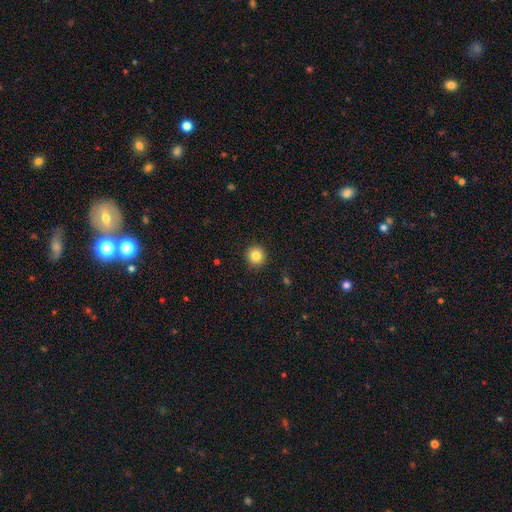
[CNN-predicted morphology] smooth-or-featured: smooth: 83% | star or artifact: 11% | featured or disk: 6%
  how-rounded: round: 95% | in between: 4% | cigar-shaped: 1%
  merging: none: 92% | minor disturbance: 5% | major disturbance: 2% | merger: 1%